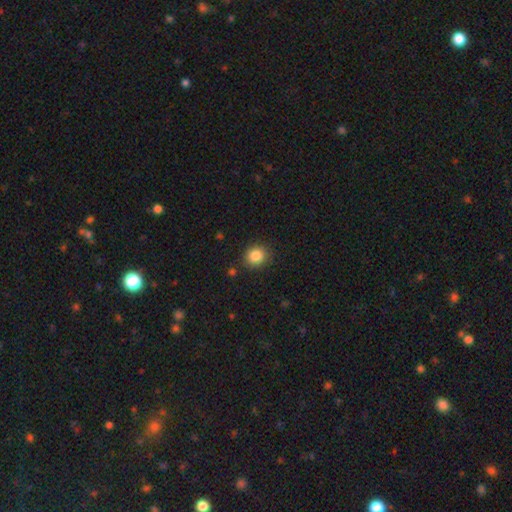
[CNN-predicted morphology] The model was most divided on "how rounded": round: 80%, in between: 19%, cigar-shaped: 1%. More confident: merging — none (86%); smooth or featured — smooth (85%).